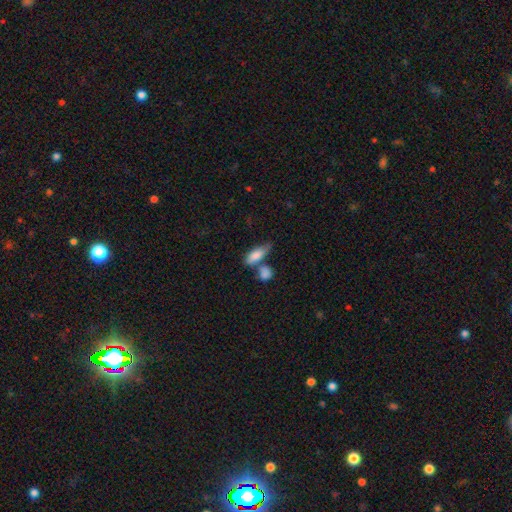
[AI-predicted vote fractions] A smooth galaxy with no disk features (80%) that is in between round and cigar-shaped (74%). Merging: none (39%).